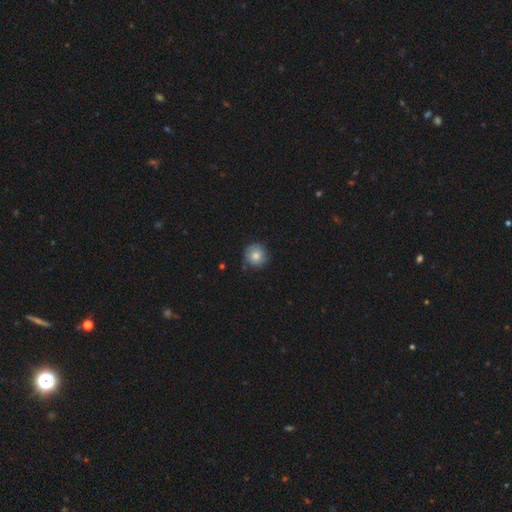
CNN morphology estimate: Smooth or featured? smooth (78%)
How rounded? round (92%)
Merging? none (77%)